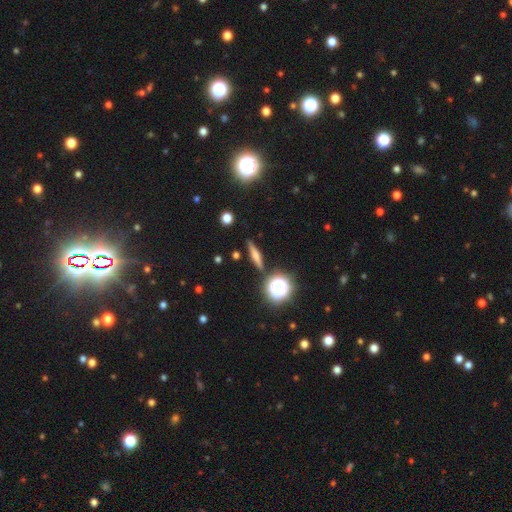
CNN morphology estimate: This appears to be a smooth galaxy with no disk features (44%). Merging: none (87%).